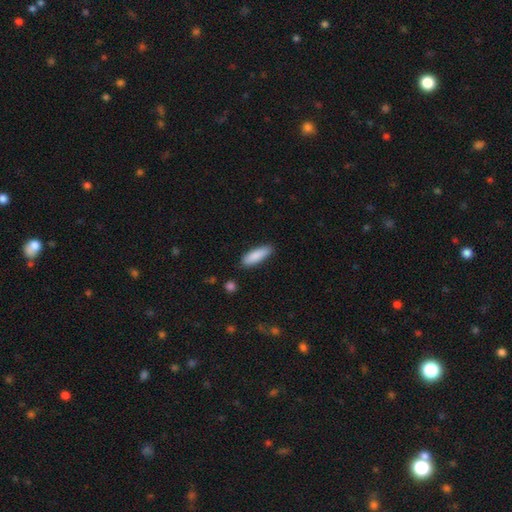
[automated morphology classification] A smooth galaxy with no disk features (88%) that is cigar-shaped (50%).

Vote fractions:
- Smooth or featured? smooth: 88% / featured or disk: 7% / star or artifact: 6%
- How rounded? cigar-shaped: 50% / in between: 48% / round: 1%
- Merging? none: 83% / minor disturbance: 13% / major disturbance: 2% / merger: 2%